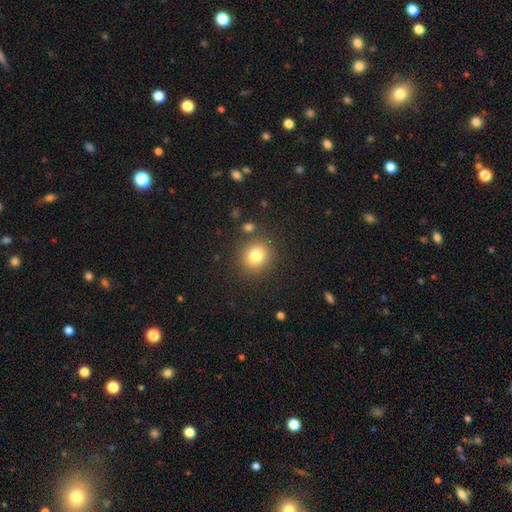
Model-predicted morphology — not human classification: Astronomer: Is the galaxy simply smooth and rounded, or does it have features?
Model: smooth — 80%.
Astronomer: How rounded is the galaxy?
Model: round — 83%.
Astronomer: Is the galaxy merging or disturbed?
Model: none — 84%.